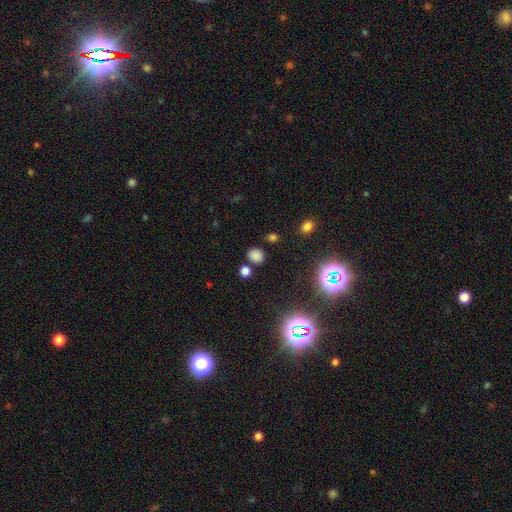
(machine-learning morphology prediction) smooth-or-featured: smooth: 75% | star or artifact: 20% | featured or disk: 5%
  how-rounded: round: 64% | in between: 34% | cigar-shaped: 1%
  merging: none: 79% | minor disturbance: 9% | merger: 8% | major disturbance: 3%